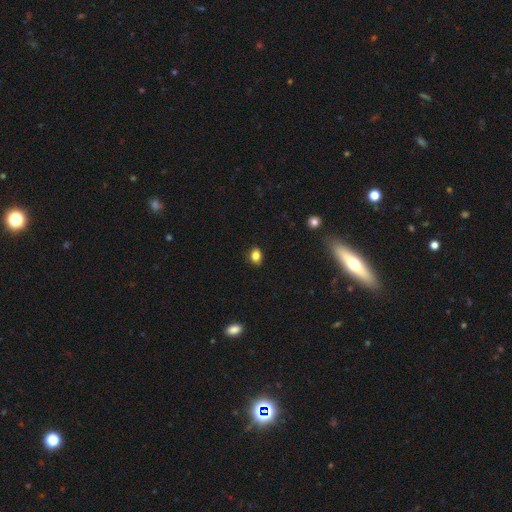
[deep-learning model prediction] A smooth galaxy with no disk features (83%) that is in between round and cigar-shaped (67%).

Vote fractions:
- Smooth or featured? smooth: 83% / star or artifact: 11% / featured or disk: 6%
- How rounded? in between: 67% / round: 31% / cigar-shaped: 2%
- Merging? none: 87% / minor disturbance: 10% / major disturbance: 2% / merger: 1%